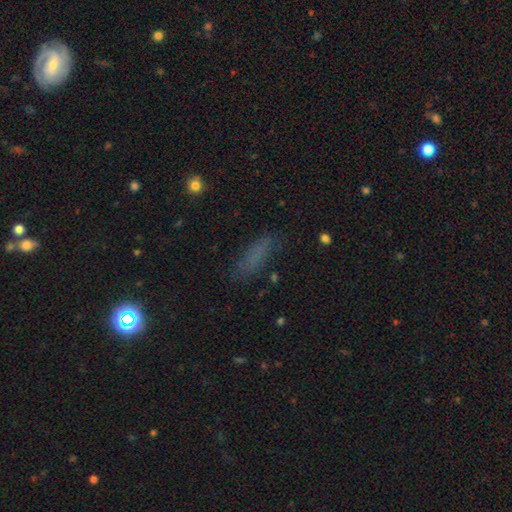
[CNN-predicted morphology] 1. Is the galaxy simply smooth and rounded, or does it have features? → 67% smooth, 18% star or artifact, 15% featured or disk.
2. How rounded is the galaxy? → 58% cigar-shaped, 39% in between, 4% round.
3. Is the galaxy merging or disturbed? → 74% none, 17% minor disturbance, 7% major disturbance, 2% merger.